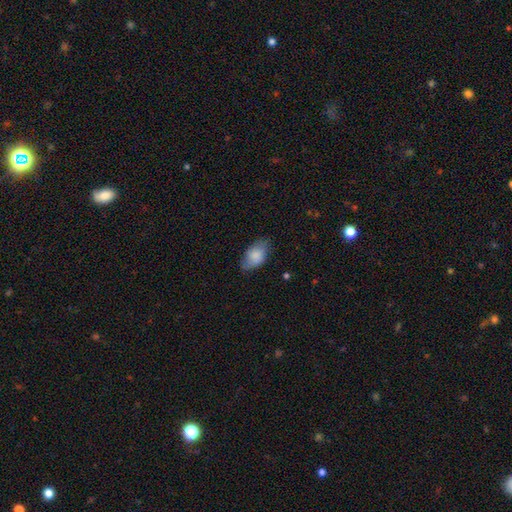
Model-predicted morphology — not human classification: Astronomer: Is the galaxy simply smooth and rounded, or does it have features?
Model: smooth — 81%.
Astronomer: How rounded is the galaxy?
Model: in between — 92%.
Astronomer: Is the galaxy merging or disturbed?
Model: none — 67%.